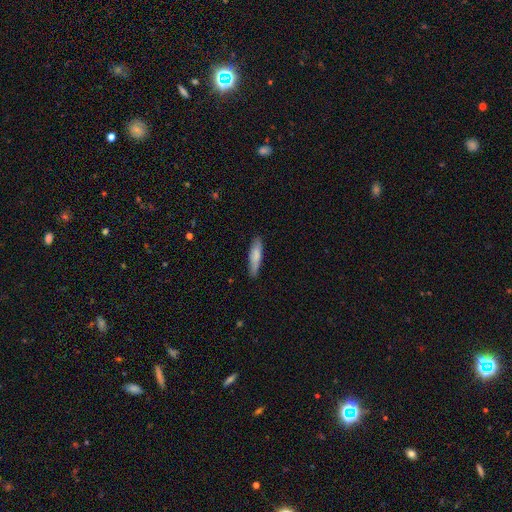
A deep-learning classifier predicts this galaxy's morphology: Smooth or featured: smooth — 78% (featured or disk — 16%)
How rounded: cigar-shaped — 78% (in between — 20%)
Merging: none — 85% (minor disturbance — 12%)